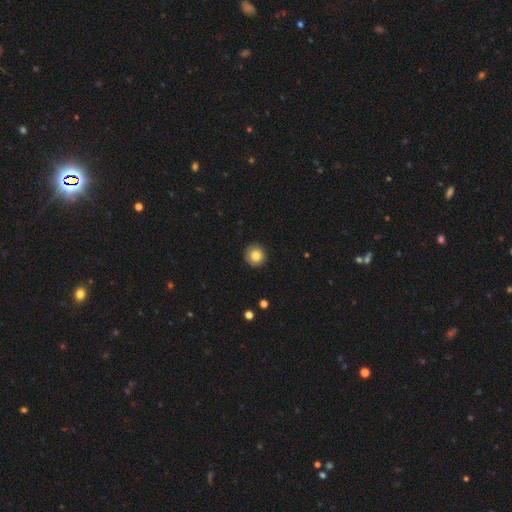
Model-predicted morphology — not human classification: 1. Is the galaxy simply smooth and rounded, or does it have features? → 82% smooth, 9% star or artifact, 9% featured or disk.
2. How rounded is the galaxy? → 94% round, 5% in between, 1% cigar-shaped.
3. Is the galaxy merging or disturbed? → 90% none, 7% minor disturbance, 2% major disturbance, 1% merger.